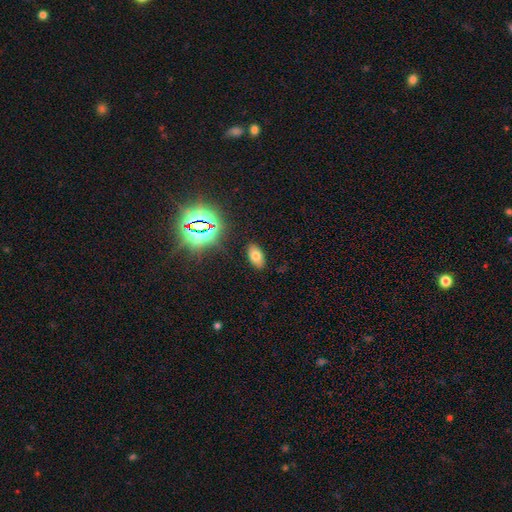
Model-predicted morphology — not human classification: Q: Smooth or featured?
A: smooth (68%); runner-up: star or artifact (20%)
Q: How rounded?
A: in between (92%); runner-up: round (5%)
Q: Merging?
A: none (87%); runner-up: minor disturbance (9%)